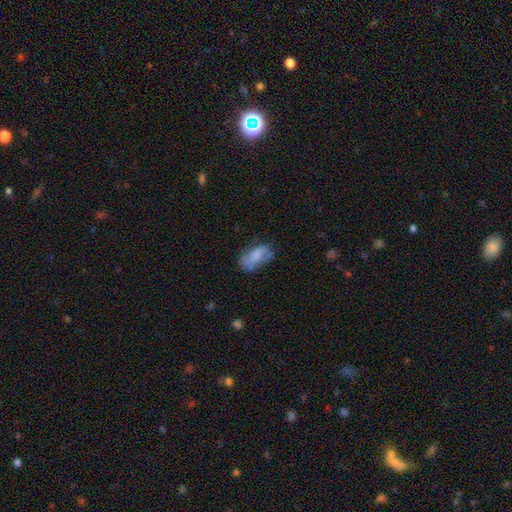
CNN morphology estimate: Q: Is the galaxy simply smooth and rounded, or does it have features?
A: smooth — 67%.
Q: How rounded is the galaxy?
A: in between — 90%.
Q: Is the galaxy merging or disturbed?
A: none — 50%.